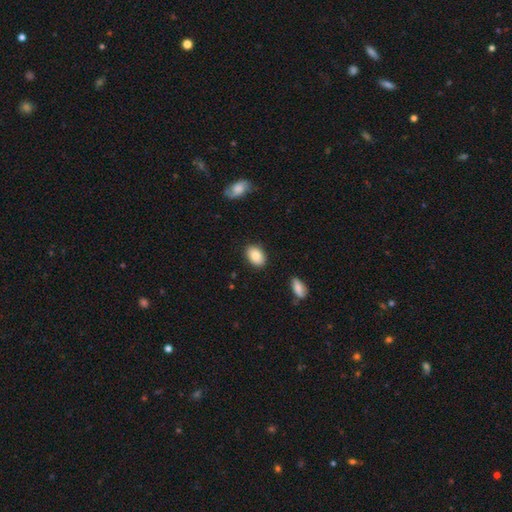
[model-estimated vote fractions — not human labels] smooth-or-featured: smooth: 86% | featured or disk: 7% | star or artifact: 7%
  how-rounded: in between: 85% | round: 14% | cigar-shaped: 1%
  merging: none: 85% | minor disturbance: 11% | major disturbance: 2% | merger: 2%